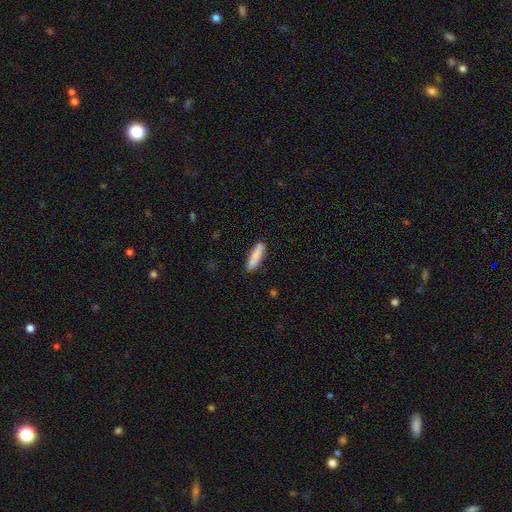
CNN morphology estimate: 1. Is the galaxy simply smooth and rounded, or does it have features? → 85% smooth, 9% featured or disk, 6% star or artifact.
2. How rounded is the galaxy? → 72% cigar-shaped, 26% in between, 2% round.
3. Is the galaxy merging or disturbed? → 84% none, 12% minor disturbance, 2% major disturbance, 2% merger.